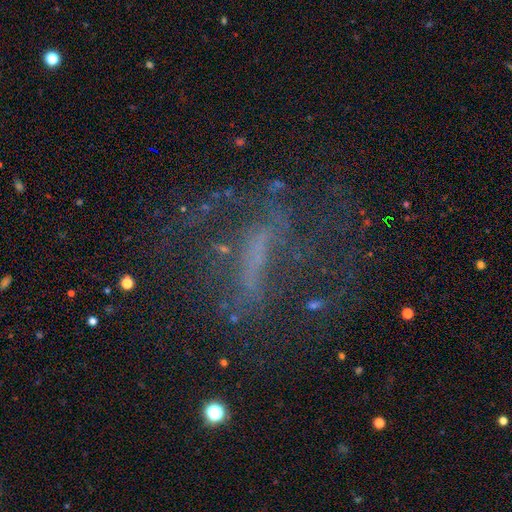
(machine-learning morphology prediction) This is likely a featured or disk galaxy (62%). It is clearly not viewed edge-on (81%). Bar: possibly strong (50%). Spiral arm pattern: possibly yes (50%, tied with no). Central bulge: likely none (63%). Merging: possibly none (52%).